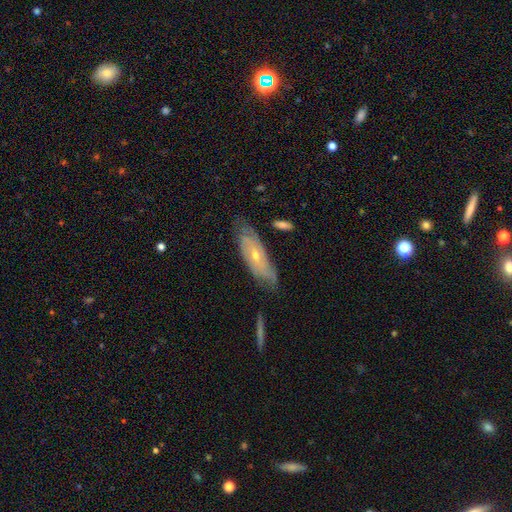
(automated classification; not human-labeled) Smooth or featured? featured or disk (65%)
Edge-on disk? no (82%)
Bar? no (73%)
Spiral arms? yes (80%)
Bulge size? small (63%)
Merging? none (65%)